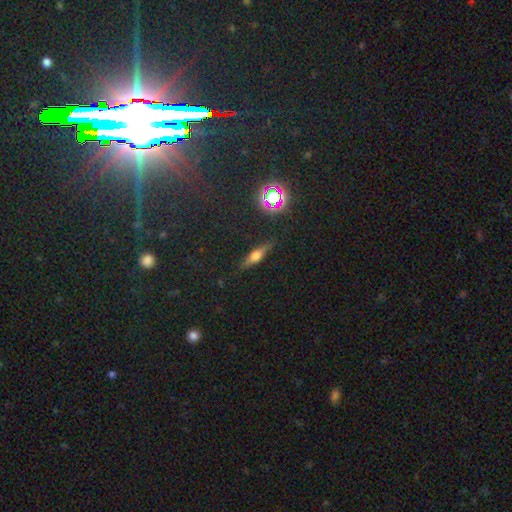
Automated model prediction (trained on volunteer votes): featured or disk 46%, smooth 40%, star or artifact 14%. Down the decision tree: merging — none (85%).